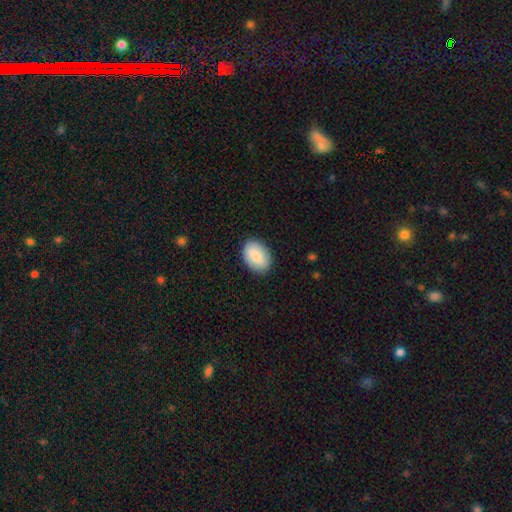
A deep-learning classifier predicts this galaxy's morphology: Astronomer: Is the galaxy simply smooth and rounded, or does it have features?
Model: smooth — 80%.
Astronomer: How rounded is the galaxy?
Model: in between — 81%.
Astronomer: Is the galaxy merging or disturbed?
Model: none — 87%.